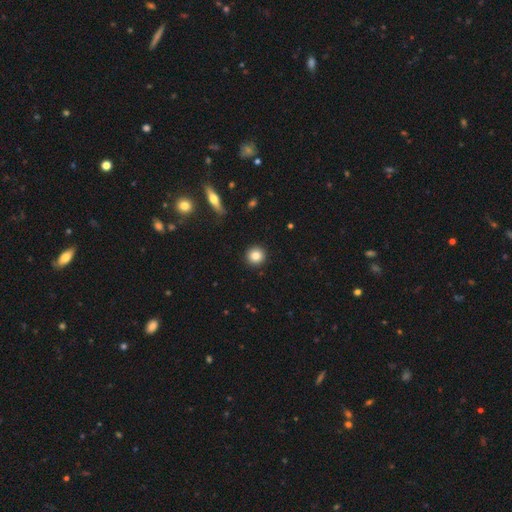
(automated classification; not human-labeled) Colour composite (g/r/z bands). It shows a smooth galaxy with no disk features (84%) that is round (94%). Merging: none (92%).